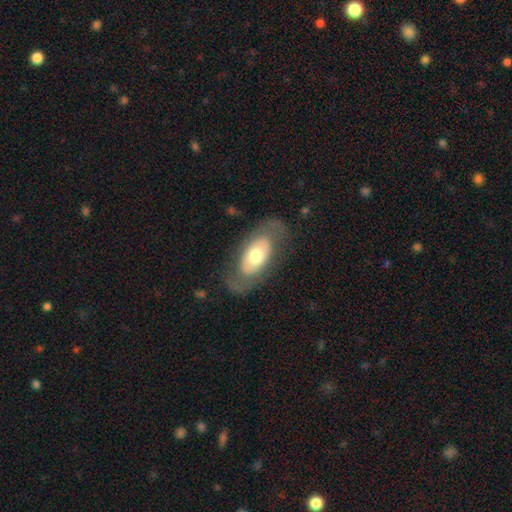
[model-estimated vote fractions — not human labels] Morphology: type=featured or disk (52%); edge-on=no (87%); merging=none (72%).